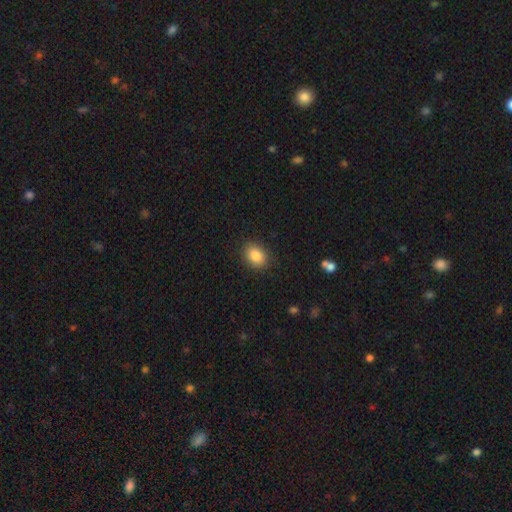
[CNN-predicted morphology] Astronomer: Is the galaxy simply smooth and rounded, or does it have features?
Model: smooth — 85%.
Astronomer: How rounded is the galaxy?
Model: in between — 59% (runner-up: round, 40%).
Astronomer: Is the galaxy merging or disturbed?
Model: none — 88%.